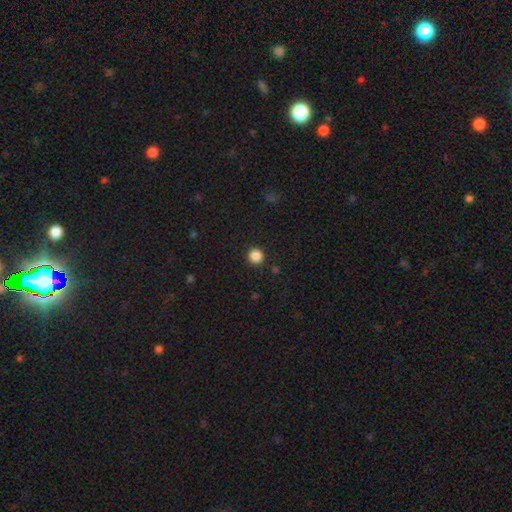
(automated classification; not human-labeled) Q: Smooth or featured?
A: smooth (86%); runner-up: star or artifact (11%)
Q: How rounded?
A: round (94%); runner-up: in between (5%)
Q: Merging?
A: none (92%); runner-up: minor disturbance (5%)